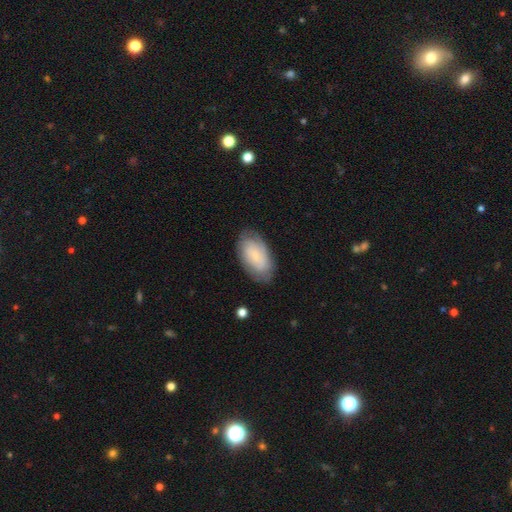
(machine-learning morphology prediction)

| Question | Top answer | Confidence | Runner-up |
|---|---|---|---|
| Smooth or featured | smooth | 58% | featured or disk (35%) |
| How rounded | in between | 94% | round (4%) |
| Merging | none | 78% | minor disturbance (16%) |